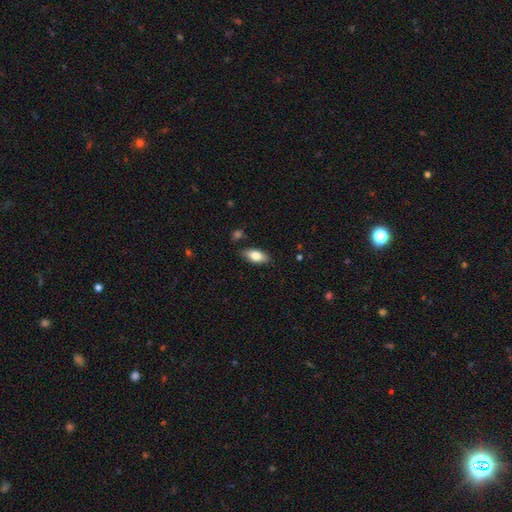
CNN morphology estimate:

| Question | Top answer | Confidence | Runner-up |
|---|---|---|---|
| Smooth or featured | smooth | 78% | featured or disk (15%) |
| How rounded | in between | 87% | cigar-shaped (10%) |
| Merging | none | 84% | minor disturbance (12%) |